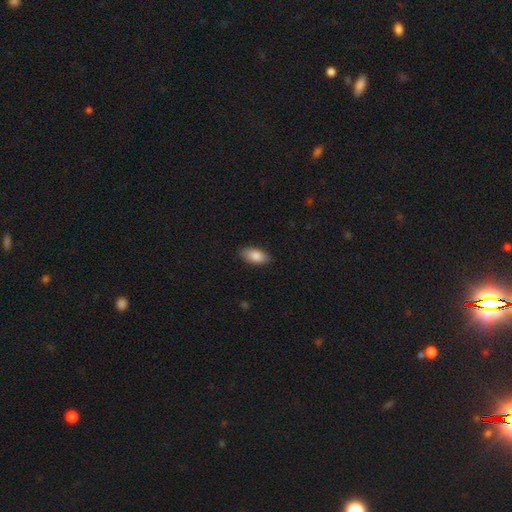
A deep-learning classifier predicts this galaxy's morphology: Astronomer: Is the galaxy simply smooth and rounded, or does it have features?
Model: smooth — 84%.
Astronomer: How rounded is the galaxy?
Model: in between — 92%.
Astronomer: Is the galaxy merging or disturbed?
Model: none — 87%.